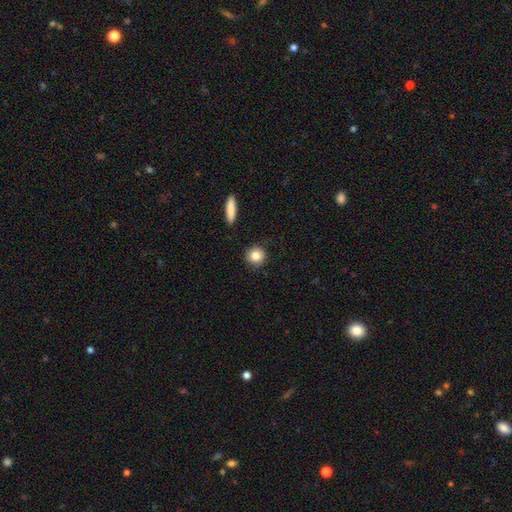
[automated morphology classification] Smooth or featured?
  - smooth: 83% *
  - star or artifact: 9%
  - featured or disk: 8%
How rounded?
  - round: 90% *
  - in between: 9%
  - cigar-shaped: 1%
Merging?
  - none: 86% *
  - minor disturbance: 10%
  - major disturbance: 2%
  - merger: 2%